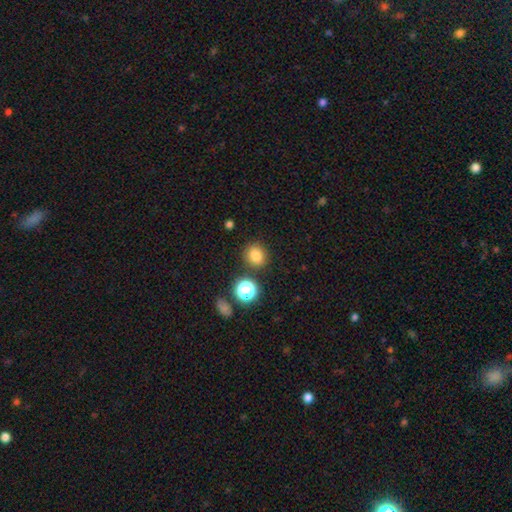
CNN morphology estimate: smooth-or-featured: smooth: 81% | star or artifact: 14% | featured or disk: 5%
  how-rounded: round: 76% | in between: 23% | cigar-shaped: 1%
  merging: none: 83% | minor disturbance: 9% | merger: 5% | major disturbance: 3%